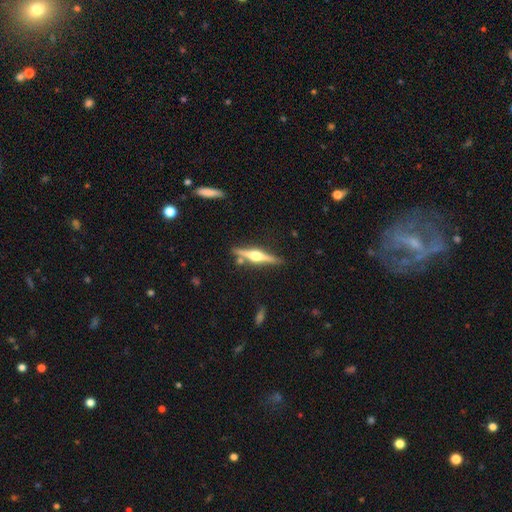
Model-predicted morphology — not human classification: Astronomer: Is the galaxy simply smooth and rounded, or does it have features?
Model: featured or disk — 77%.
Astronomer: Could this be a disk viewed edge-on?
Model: yes — 98%.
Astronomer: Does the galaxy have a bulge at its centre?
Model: rounded — 94%.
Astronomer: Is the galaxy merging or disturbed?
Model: none — 85%.